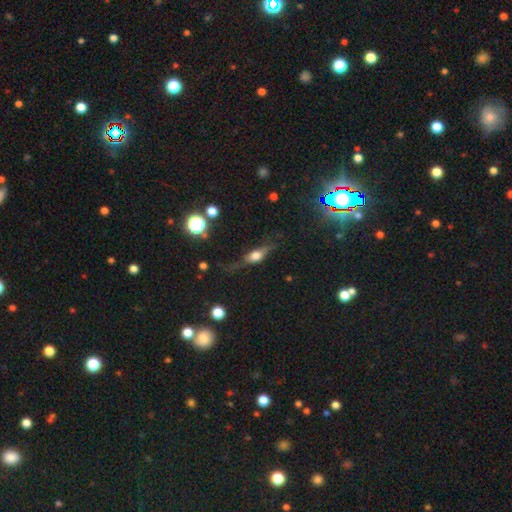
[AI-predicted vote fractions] smooth-or-featured: smooth: 46% | featured or disk: 43% | star or artifact: 12%
  merging: none: 57% | minor disturbance: 26% | major disturbance: 14% | merger: 3%